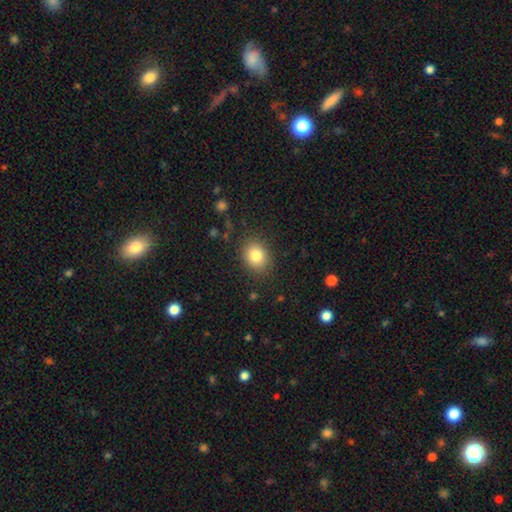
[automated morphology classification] smooth-or-featured: smooth: 83% | star or artifact: 10% | featured or disk: 8%
  how-rounded: round: 53% | in between: 46% | cigar-shaped: 1%
  merging: none: 86% | minor disturbance: 10% | major disturbance: 3% | merger: 1%